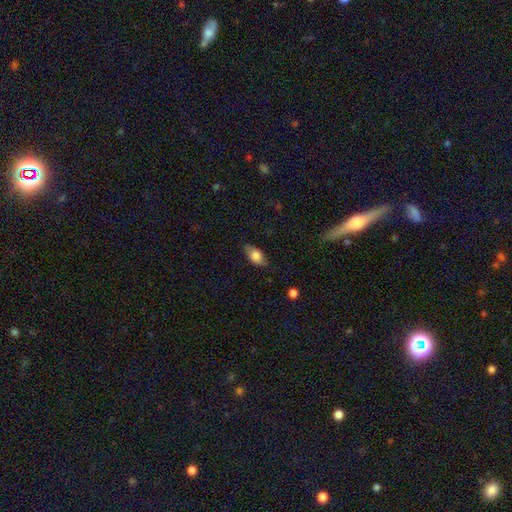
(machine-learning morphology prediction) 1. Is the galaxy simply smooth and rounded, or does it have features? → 75% smooth, 17% featured or disk, 7% star or artifact.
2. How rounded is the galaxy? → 87% in between, 8% cigar-shaped, 5% round.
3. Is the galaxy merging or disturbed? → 79% none, 16% minor disturbance, 4% major disturbance, 1% merger.